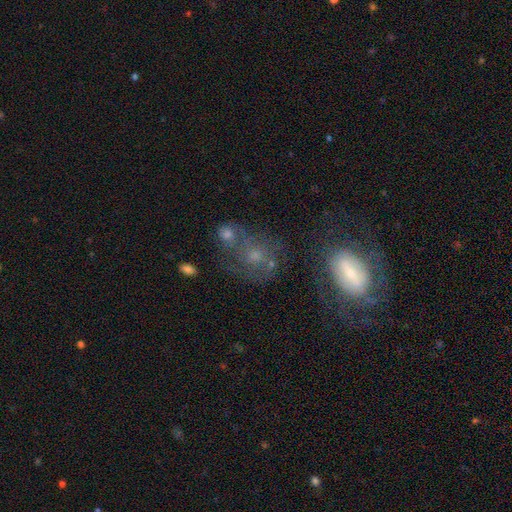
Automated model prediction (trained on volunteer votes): Overall: featured or disk (42%; smooth 40%). Merging: none (38%; merger 29%).